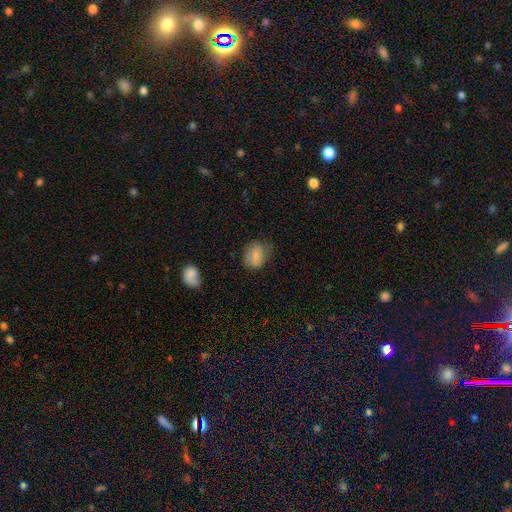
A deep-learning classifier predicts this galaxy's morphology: A smooth galaxy with no disk features (80%) that is round (50%).

Vote fractions:
- Smooth or featured? smooth: 80% / featured or disk: 12% / star or artifact: 8%
- How rounded? round: 50% / in between: 49% / cigar-shaped: 1%
- Merging? none: 68% / minor disturbance: 23% / major disturbance: 7% / merger: 2%